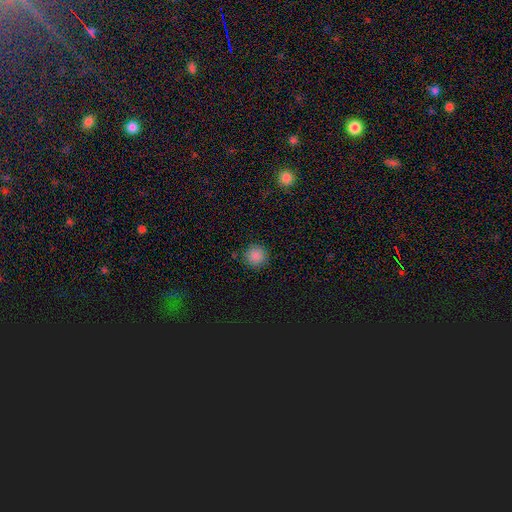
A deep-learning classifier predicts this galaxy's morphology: Q: Smooth or featured?
A: smooth (86%); runner-up: star or artifact (11%)
Q: How rounded?
A: round (94%); runner-up: in between (5%)
Q: Merging?
A: none (89%); runner-up: minor disturbance (7%)